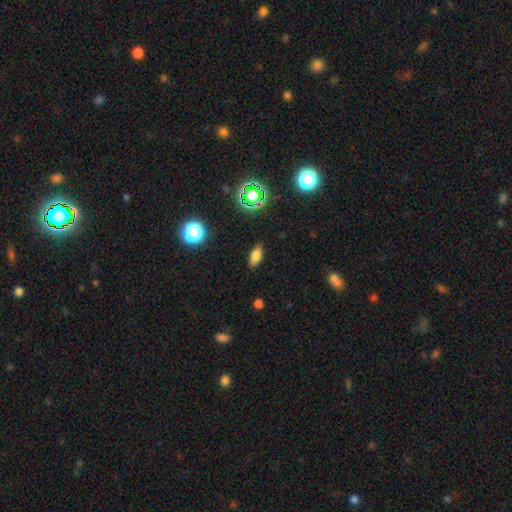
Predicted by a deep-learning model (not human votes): smooth 76%, star or artifact 15%, featured or disk 9%. Down the decision tree: how rounded — in between (84%); merging — none (87%).